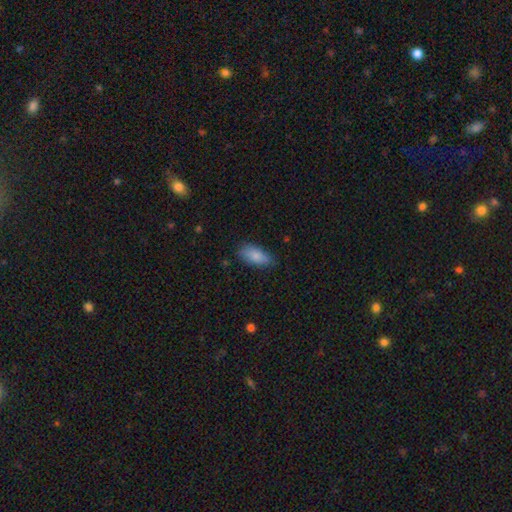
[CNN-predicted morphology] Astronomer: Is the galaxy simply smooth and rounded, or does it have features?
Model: smooth — 85%.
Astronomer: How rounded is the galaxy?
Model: in between — 89%.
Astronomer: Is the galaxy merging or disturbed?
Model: none — 76%.